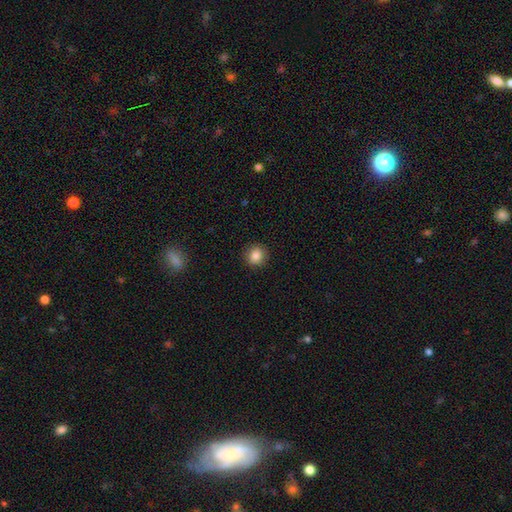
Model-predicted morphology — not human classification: Overall: smooth (85%). How rounded: round (90%). Merging: none (91%).